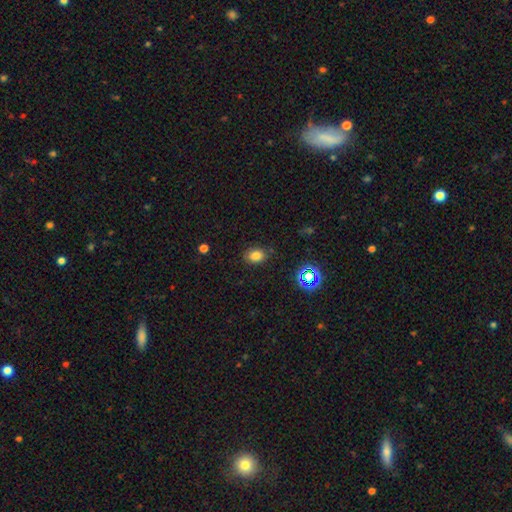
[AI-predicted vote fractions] The model was most divided on "how rounded": in between: 71%, round: 28%, cigar-shaped: 1%. More confident: merging — none (82%); smooth or featured — smooth (79%).